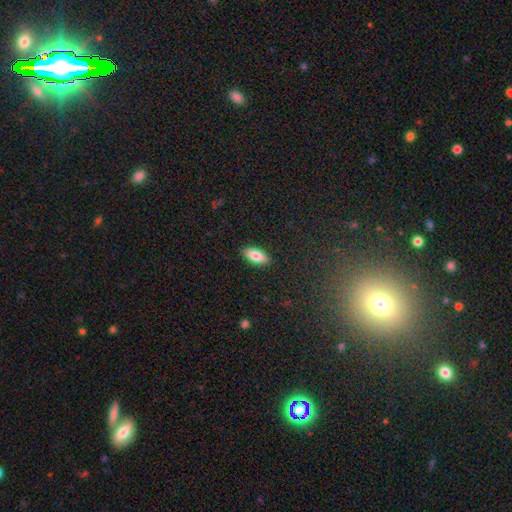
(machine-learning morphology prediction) The model was most divided on "smooth or featured": smooth: 82%, featured or disk: 12%, star or artifact: 6%. More confident: merging — none (89%); how rounded — in between (86%).